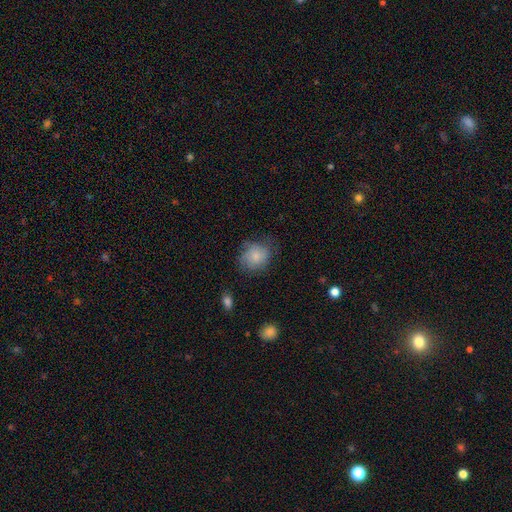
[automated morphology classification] The model was most divided on "how rounded": round: 66%, in between: 33%, cigar-shaped: 1%. More confident: smooth or featured — smooth (80%); merging — none (62%).